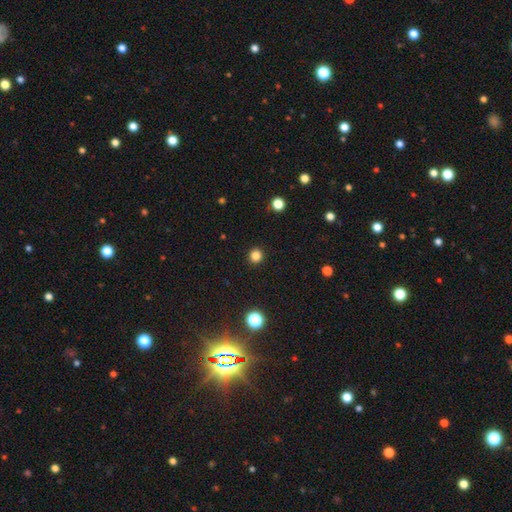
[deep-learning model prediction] A smooth galaxy with no disk features (83%) that is round (93%). Merging: none (93%).